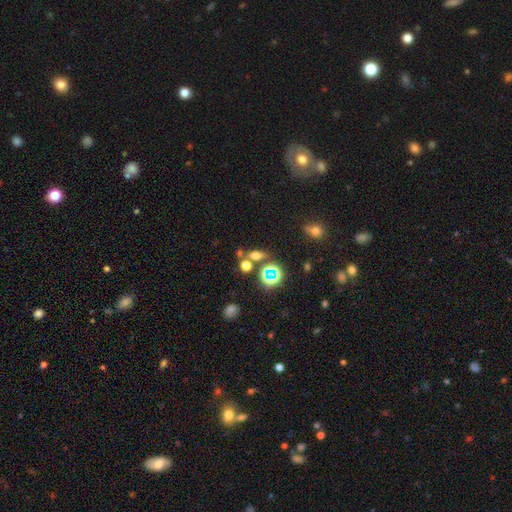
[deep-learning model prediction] A smooth galaxy with no disk features (51%) that is in between round and cigar-shaped (56%).

Vote fractions:
- Smooth or featured? smooth: 51% / star or artifact: 33% / featured or disk: 17%
- How rounded? in between: 56% / round: 30% / cigar-shaped: 14%
- Merging? none: 67% / merger: 18% / minor disturbance: 10% / major disturbance: 5%